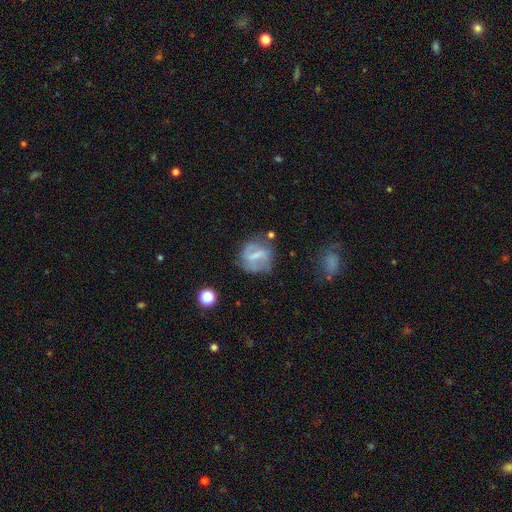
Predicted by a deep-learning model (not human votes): Morphology: type=featured or disk (60%); edge-on=no (96%); bar=weak (45%); spiral arms=yes (64%); bulge=small (40%); merging=none (58%).